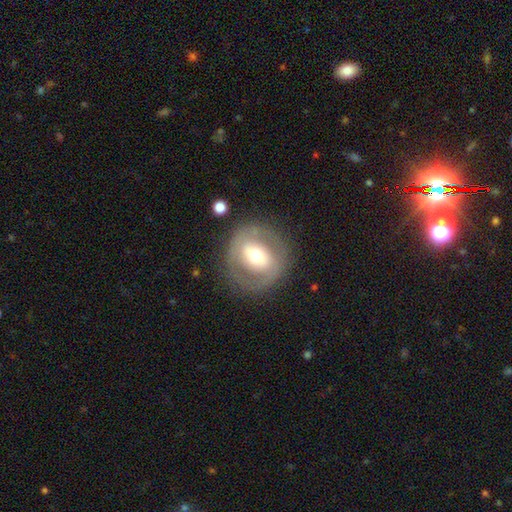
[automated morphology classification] The model was most divided on "smooth or featured": featured or disk: 53%, smooth: 40%, star or artifact: 7%. More confident: edge-on disk — no (94%); merging — none (80%).